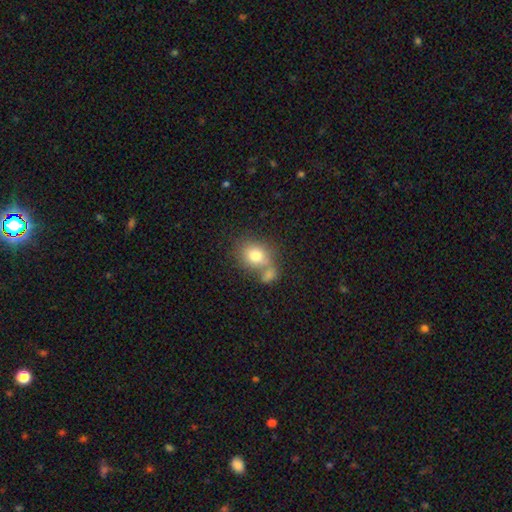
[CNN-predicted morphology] The model was most divided on "merging": none: 44%, merger: 37%, minor disturbance: 13%, major disturbance: 6%. More confident: smooth or featured — smooth (76%); how rounded — round (58%).